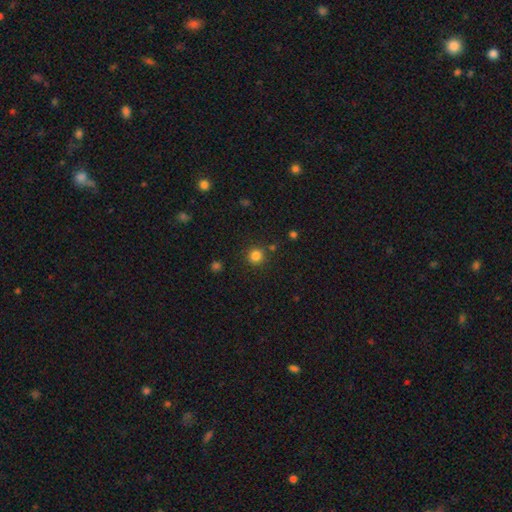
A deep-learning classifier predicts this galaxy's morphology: smooth 82%, star or artifact 14%, featured or disk 5%. Down the decision tree: how rounded — round (94%); merging — none (86%).